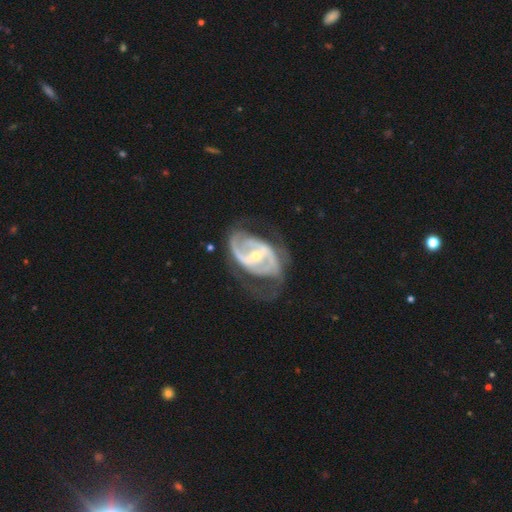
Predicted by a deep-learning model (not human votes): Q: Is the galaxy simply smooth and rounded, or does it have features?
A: featured or disk — 89%.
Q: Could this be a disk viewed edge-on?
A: no — 96%.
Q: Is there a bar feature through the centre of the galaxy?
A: strong — 50%.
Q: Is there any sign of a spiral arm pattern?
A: yes — 92%.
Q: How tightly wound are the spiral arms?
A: medium — 47%.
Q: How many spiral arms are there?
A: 2 — 77%.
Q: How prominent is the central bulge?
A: small — 56%.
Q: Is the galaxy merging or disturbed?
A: none — 54%.